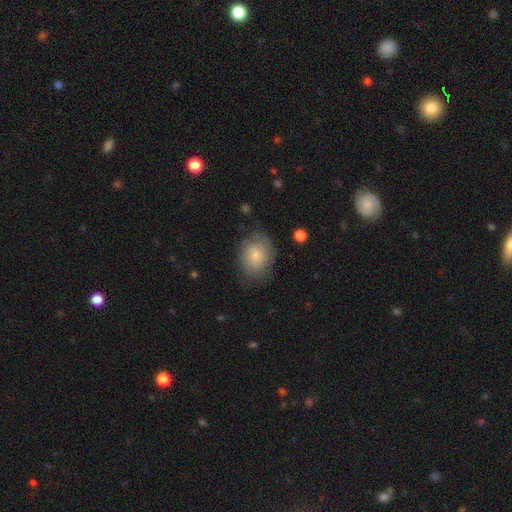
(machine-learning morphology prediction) smooth_or_featured: smooth (p=0.78) [alt: featured or disk p=0.15]
how_rounded: in between (p=0.62) [alt: round p=0.37]
merging: none (p=0.72) [alt: minor disturbance p=0.20]